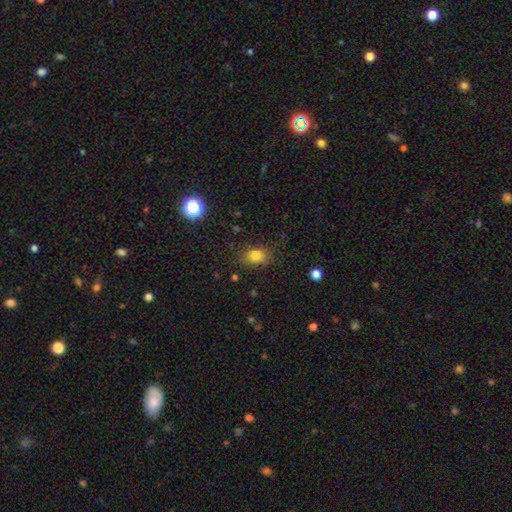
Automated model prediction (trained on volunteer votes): Q: Smooth or featured?
A: smooth (81%); runner-up: star or artifact (12%)
Q: How rounded?
A: in between (69%); runner-up: round (29%)
Q: Merging?
A: none (78%); runner-up: minor disturbance (15%)